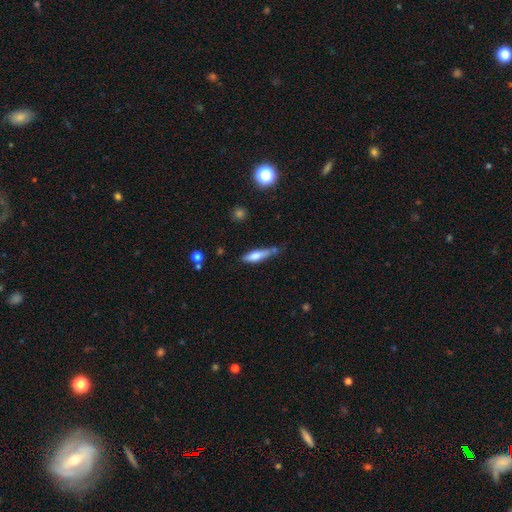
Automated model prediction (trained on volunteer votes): Q: Smooth or featured?
A: smooth (69%); runner-up: featured or disk (23%)
Q: How rounded?
A: cigar-shaped (64%); runner-up: in between (34%)
Q: Merging?
A: none (49%); runner-up: minor disturbance (32%)